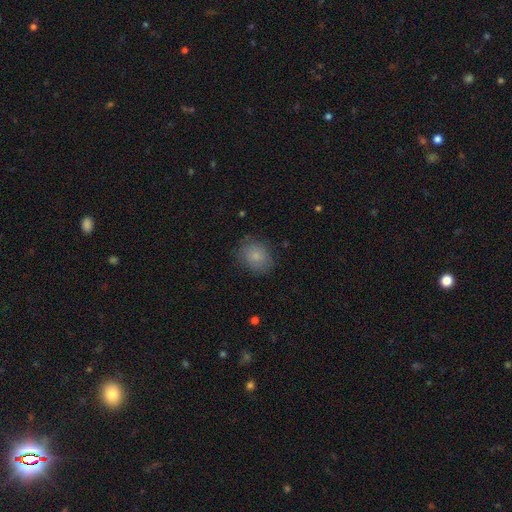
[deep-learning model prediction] Smooth or featured? Predicted: smooth (p=0.84). How rounded? Predicted: round (p=0.53). Merging? Predicted: none (p=0.80).